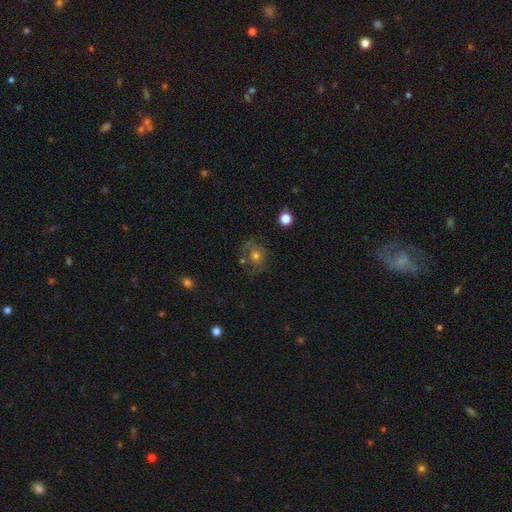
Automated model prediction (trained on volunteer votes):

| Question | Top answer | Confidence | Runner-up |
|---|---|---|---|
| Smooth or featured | smooth | 56% | featured or disk (30%) |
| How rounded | round | 69% | in between (30%) |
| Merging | none | 60% | minor disturbance (21%) |